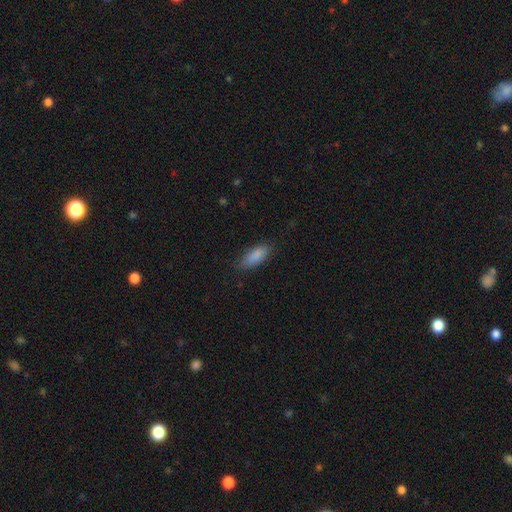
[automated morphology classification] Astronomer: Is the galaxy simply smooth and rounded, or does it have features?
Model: smooth — 88%.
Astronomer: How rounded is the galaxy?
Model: in between — 81%.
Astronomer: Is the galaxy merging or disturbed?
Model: none — 79%.